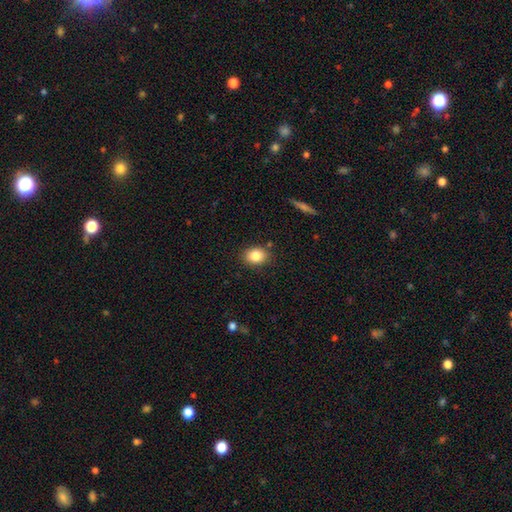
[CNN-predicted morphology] This is clearly a smooth galaxy (83%). How rounded: possibly in between (55%). Merging: clearly none (84%).